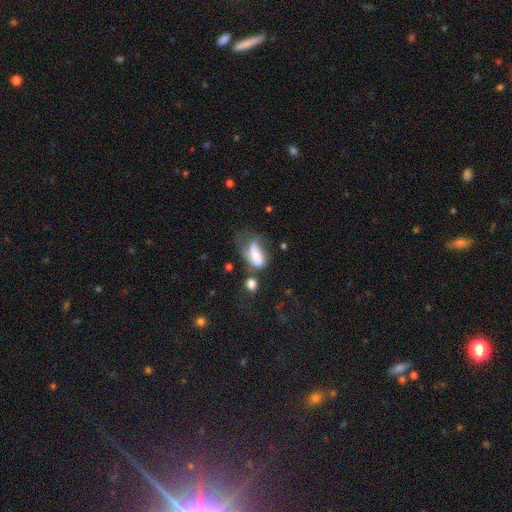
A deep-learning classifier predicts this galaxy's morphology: Smooth or featured? Predicted: smooth (p=0.56). How rounded? Predicted: in between (p=0.85). Merging? Predicted: major disturbance (p=0.37).